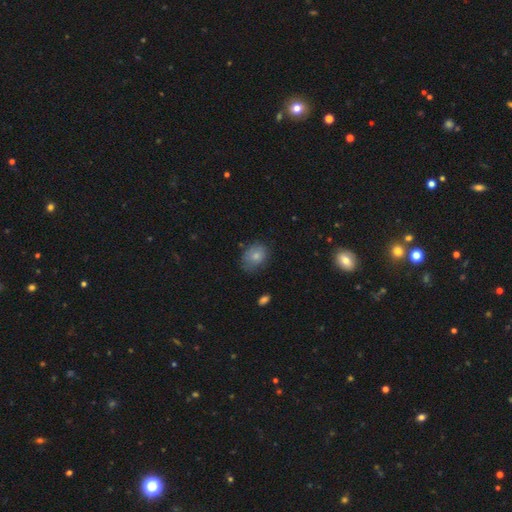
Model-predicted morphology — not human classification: A smooth galaxy with no disk features (77%) that is in between round and cigar-shaped (59%).

Vote fractions:
- Smooth or featured? smooth: 77% / featured or disk: 14% / star or artifact: 9%
- How rounded? in between: 59% / round: 40% / cigar-shaped: 1%
- Merging? none: 65% / minor disturbance: 27% / major disturbance: 7% / merger: 2%